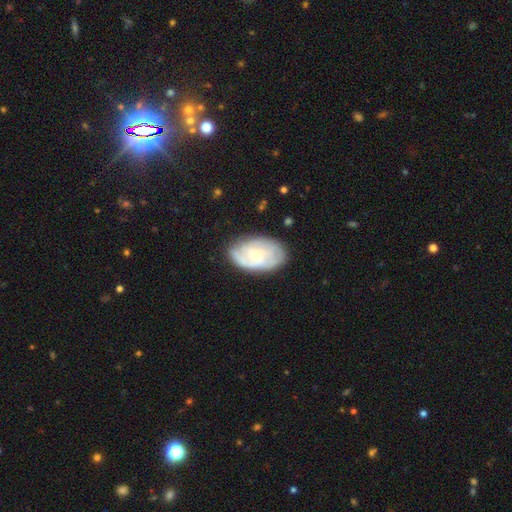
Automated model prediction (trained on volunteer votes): A featured or disk galaxy (63%) with no bar (69%), spiral arms (83%) and a small central bulge (71%).

Vote fractions:
- Smooth or featured? featured or disk: 63% / smooth: 31% / star or artifact: 6%
- Edge-on disk? no: 96% / yes: 4%
- Bar? no: 69% / weak: 27% / strong: 4%
- Spiral arms? yes: 83% / no: 17%
- Bulge size? small: 71% / moderate: 23% / none: 3% / large: 2% / dominant: 1%
- Merging? none: 74% / minor disturbance: 19% / major disturbance: 5% / merger: 1%